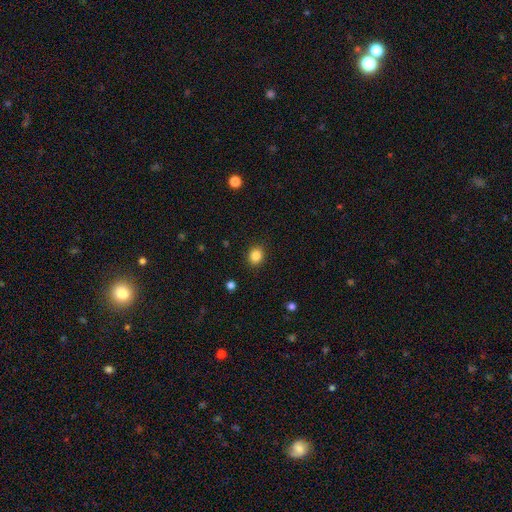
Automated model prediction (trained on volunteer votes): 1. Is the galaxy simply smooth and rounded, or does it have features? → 85% smooth, 11% star or artifact, 4% featured or disk.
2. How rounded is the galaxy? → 67% round, 33% in between, 1% cigar-shaped.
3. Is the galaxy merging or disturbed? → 90% none, 7% minor disturbance, 2% major disturbance, 1% merger.